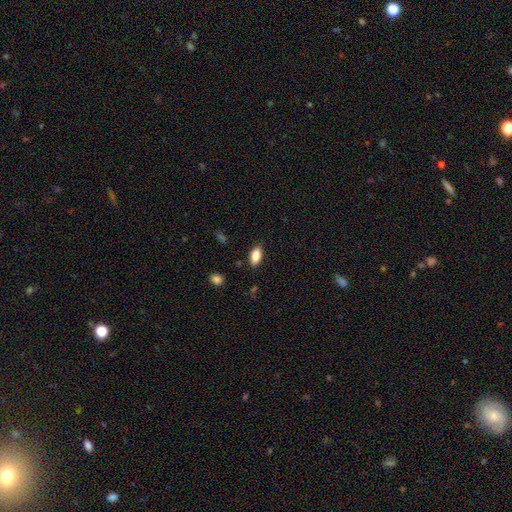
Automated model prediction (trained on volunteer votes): Q: Smooth or featured?
A: smooth (86%); runner-up: star or artifact (7%)
Q: How rounded?
A: in between (91%); runner-up: cigar-shaped (6%)
Q: Merging?
A: none (86%); runner-up: minor disturbance (11%)